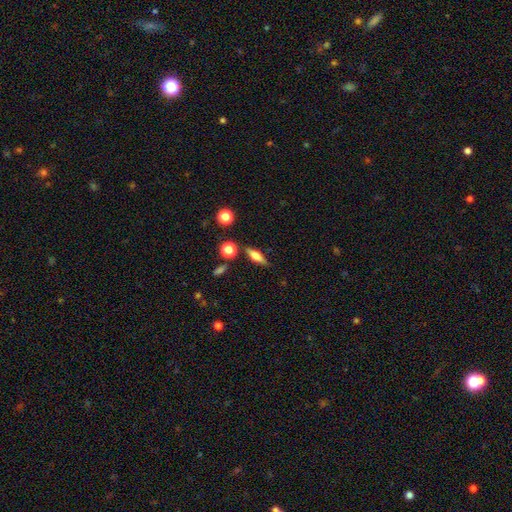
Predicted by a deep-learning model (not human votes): smooth_or_featured: smooth (p=0.50) [alt: featured or disk p=0.41]
merging: none (p=0.81) [alt: minor disturbance p=0.11]